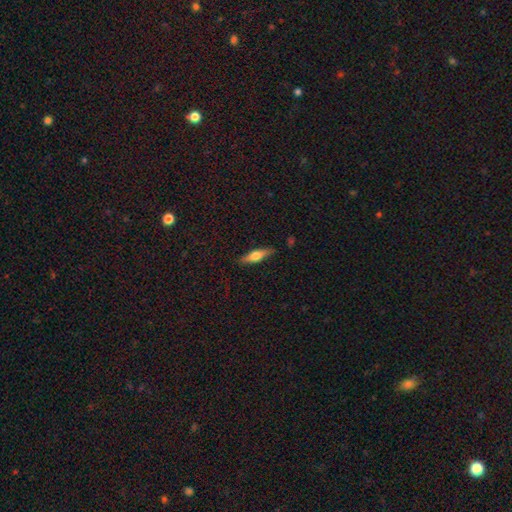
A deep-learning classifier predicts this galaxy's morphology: smooth 50%, featured or disk 43%, star or artifact 6%. Down the decision tree: how rounded — cigar-shaped (62%); merging — none (85%).